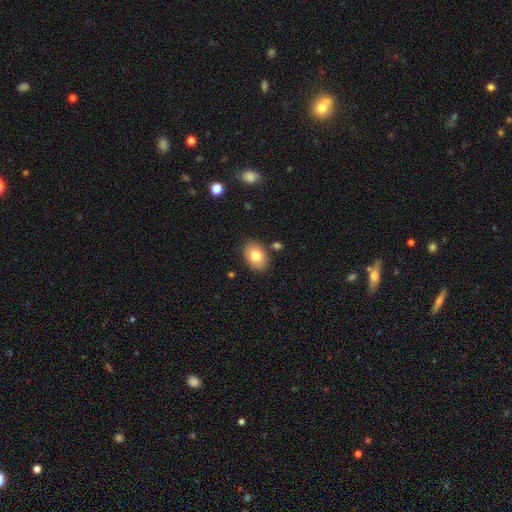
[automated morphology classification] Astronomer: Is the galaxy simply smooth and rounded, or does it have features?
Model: smooth — 78%.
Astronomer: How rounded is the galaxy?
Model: in between — 76%.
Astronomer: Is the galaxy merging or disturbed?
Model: none — 84%.